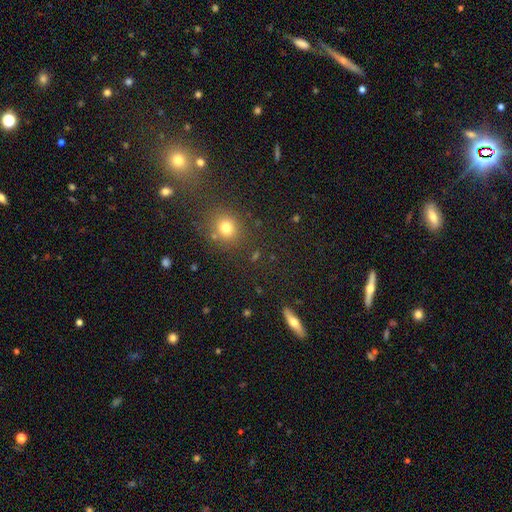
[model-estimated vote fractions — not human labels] A smooth galaxy with no disk features (61%) that is round (81%).

Vote fractions:
- Smooth or featured? smooth: 61% / star or artifact: 26% / featured or disk: 13%
- How rounded? round: 81% / in between: 15% / cigar-shaped: 4%
- Merging? none: 83% / minor disturbance: 8% / merger: 5% / major disturbance: 4%